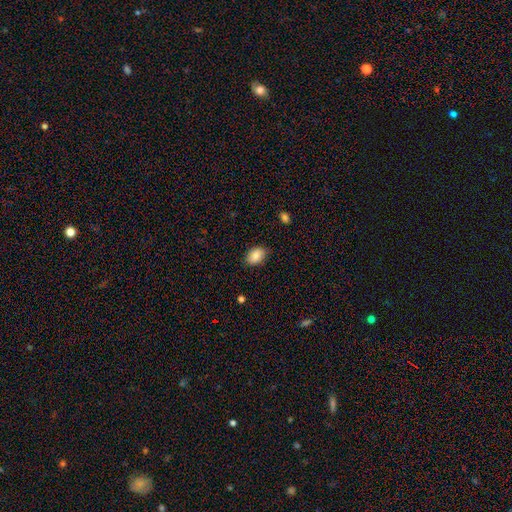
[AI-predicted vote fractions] This is clearly a smooth galaxy (87%). How rounded: clearly in between (80%). Merging: clearly none (83%).